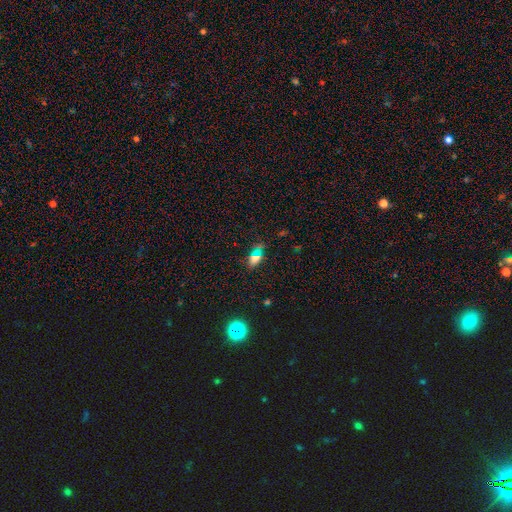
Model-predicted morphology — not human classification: Smooth or featured: smooth — 59% (star or artifact — 26%)
How rounded: in between — 76% (cigar-shaped — 12%)
Merging: none — 68% (minor disturbance — 18%)